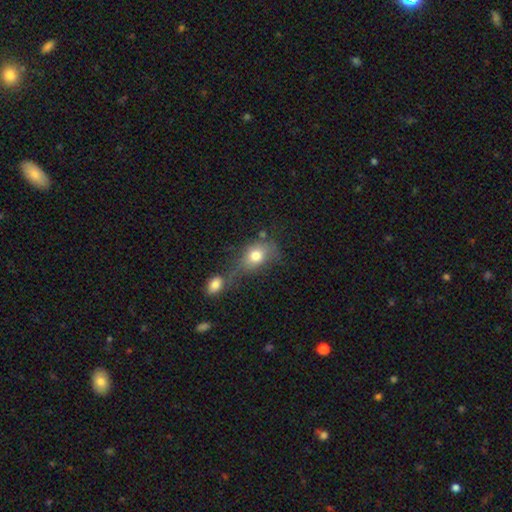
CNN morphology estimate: Q: Smooth or featured?
A: smooth (77%); runner-up: featured or disk (13%)
Q: How rounded?
A: in between (64%); runner-up: round (34%)
Q: Merging?
A: merger (37%); runner-up: none (33%)